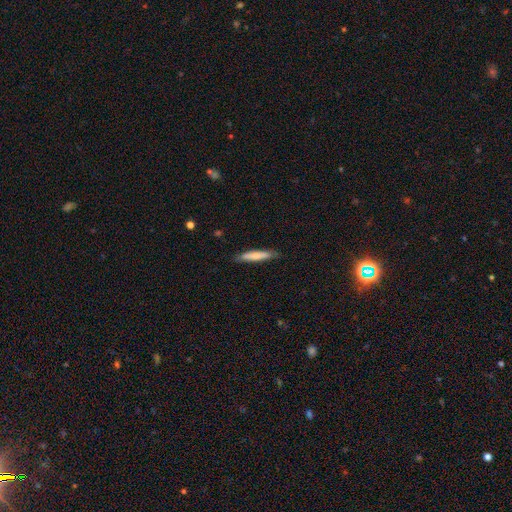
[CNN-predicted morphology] smooth_or_featured: smooth (p=0.69) [alt: featured or disk p=0.25]
how_rounded: cigar-shaped (p=0.92) [alt: in between p=0.07]
merging: none (p=0.86) [alt: minor disturbance p=0.11]